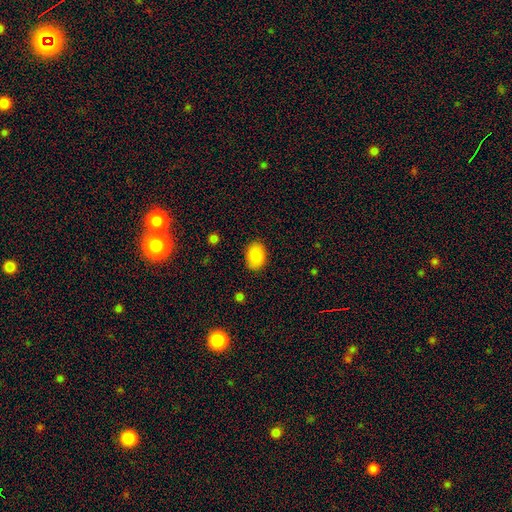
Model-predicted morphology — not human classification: Overall: smooth (87%). How rounded: in between (77%). Merging: none (87%).